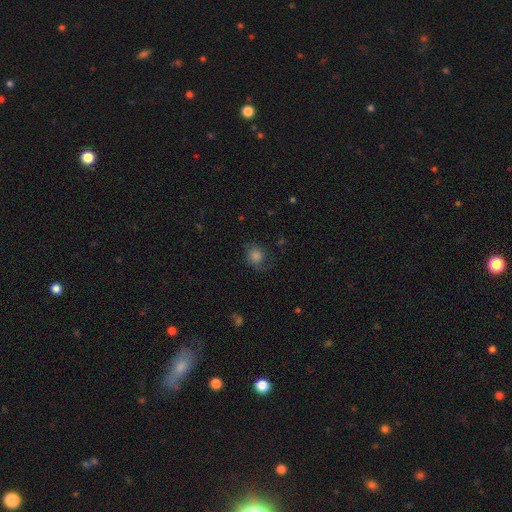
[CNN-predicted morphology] type=smooth (63%); roundness=round (65%); merging=none (57%).